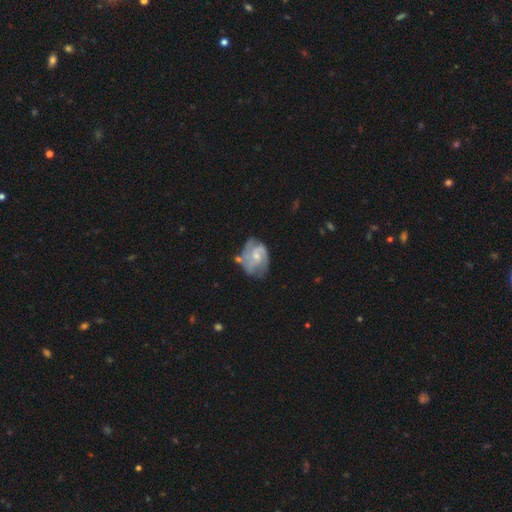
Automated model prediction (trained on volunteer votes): This appears to be a featured or disk galaxy (75%) with no bar (54%), 2 (42%) medium (46%) spiral arms (89%) and a small central bulge (48%). Merging: none (49%).